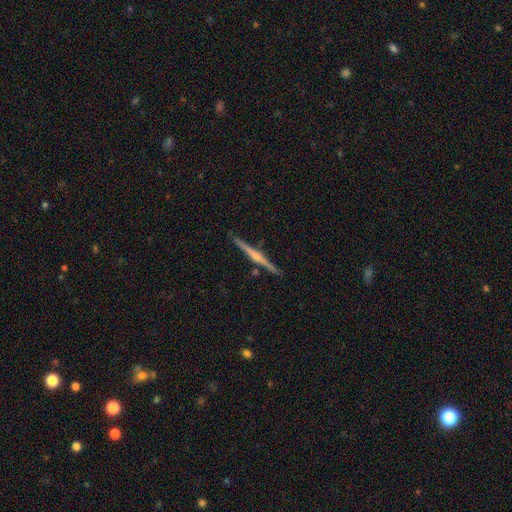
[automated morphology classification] Overall: featured or disk (77%). Edge-on disk: yes (98%). Edge-on bulge: rounded (74%). Merging: none (89%).